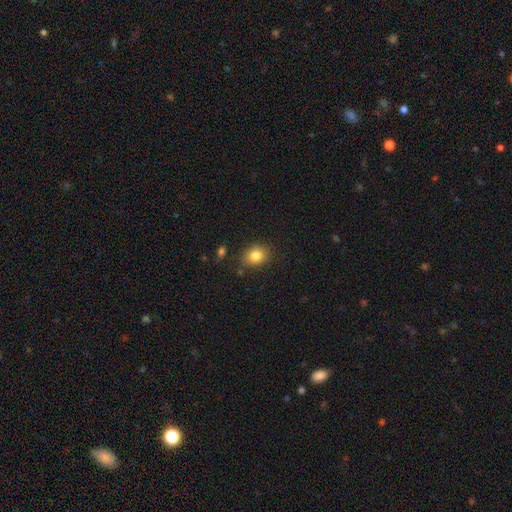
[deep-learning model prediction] Q: Smooth or featured?
A: smooth (83%); runner-up: star or artifact (10%)
Q: How rounded?
A: in between (54%); runner-up: round (45%)
Q: Merging?
A: none (82%); runner-up: minor disturbance (13%)